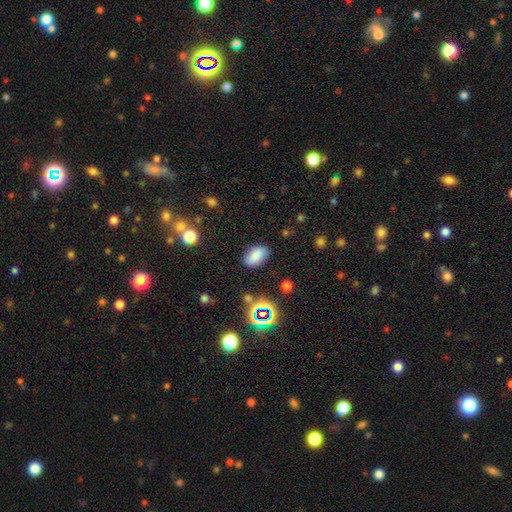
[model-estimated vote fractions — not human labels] Q: Smooth or featured?
A: smooth (80%); runner-up: star or artifact (12%)
Q: How rounded?
A: in between (91%); runner-up: round (7%)
Q: Merging?
A: none (82%); runner-up: minor disturbance (13%)